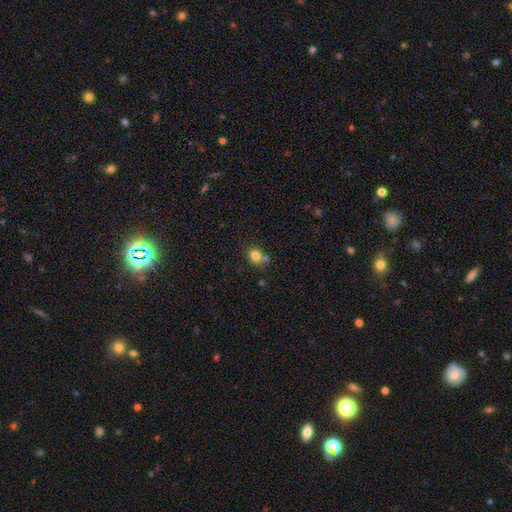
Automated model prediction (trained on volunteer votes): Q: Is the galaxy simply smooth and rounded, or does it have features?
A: smooth — 80%.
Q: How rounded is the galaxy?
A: round — 66%.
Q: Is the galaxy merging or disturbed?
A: none — 57%.